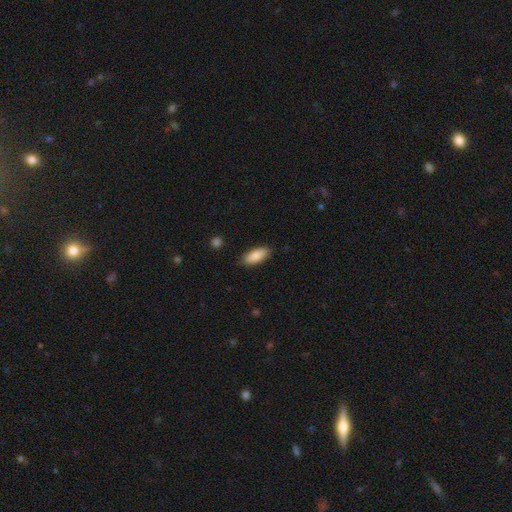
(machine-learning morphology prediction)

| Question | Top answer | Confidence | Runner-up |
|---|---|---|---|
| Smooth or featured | smooth | 87% | featured or disk (7%) |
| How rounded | in between | 84% | cigar-shaped (14%) |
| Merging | none | 87% | minor disturbance (10%) |